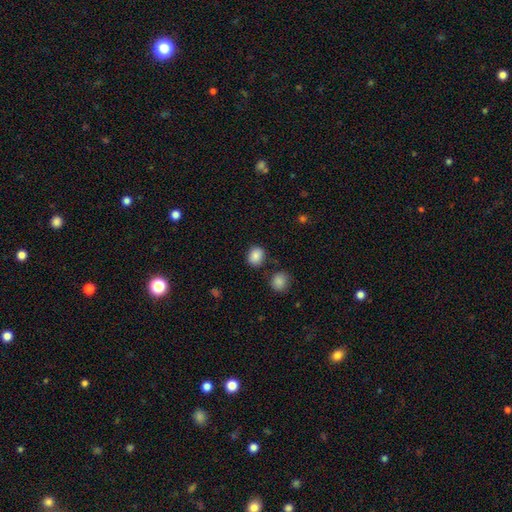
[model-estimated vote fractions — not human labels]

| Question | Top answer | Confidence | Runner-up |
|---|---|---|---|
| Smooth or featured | smooth | 87% | star or artifact (9%) |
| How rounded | round | 57% | in between (42%) |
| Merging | none | 81% | minor disturbance (11%) |